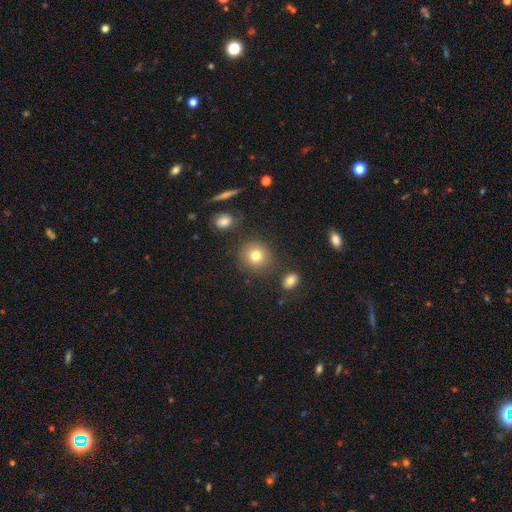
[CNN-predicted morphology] Q: Smooth or featured?
A: smooth (78%); runner-up: star or artifact (12%)
Q: How rounded?
A: round (89%); runner-up: in between (10%)
Q: Merging?
A: none (83%); runner-up: minor disturbance (9%)